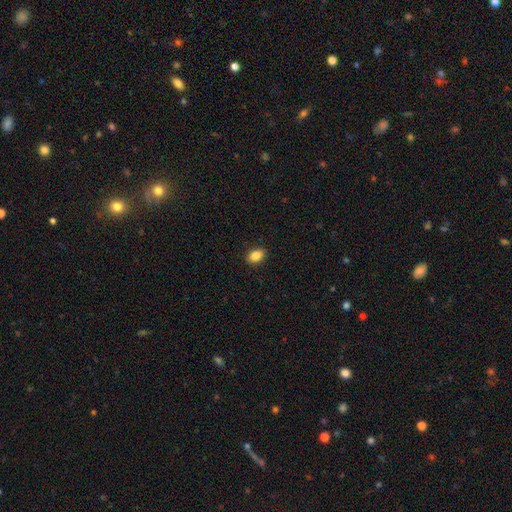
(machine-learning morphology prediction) Overall: smooth (87%). How rounded: in between (81%). Merging: none (90%).